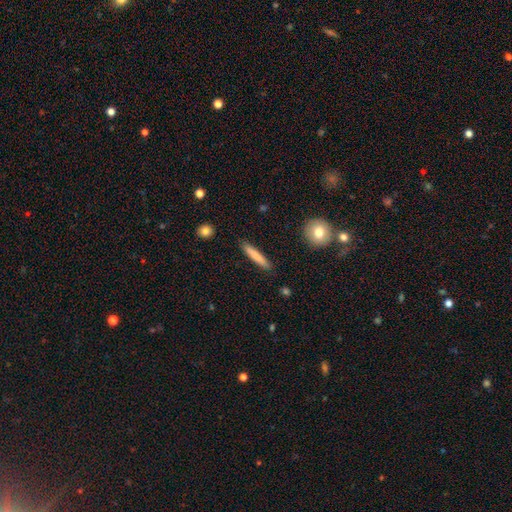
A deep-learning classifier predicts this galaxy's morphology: Smooth or featured: smooth — 80% (featured or disk — 14%)
How rounded: cigar-shaped — 92% (in between — 6%)
Merging: none — 89% (minor disturbance — 8%)